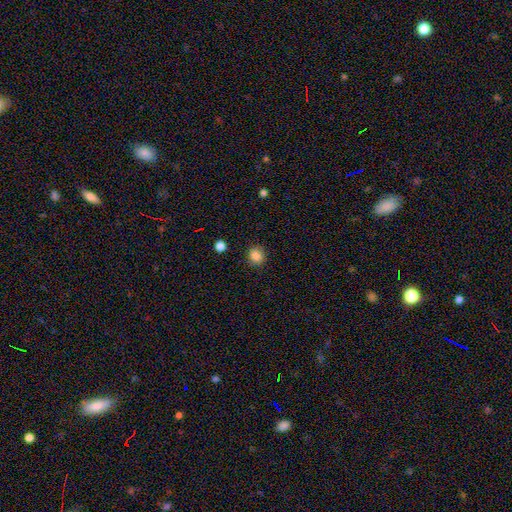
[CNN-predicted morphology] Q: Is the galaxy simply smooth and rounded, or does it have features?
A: smooth — 86%.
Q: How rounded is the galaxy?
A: round — 74%.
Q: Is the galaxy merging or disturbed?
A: none — 86%.